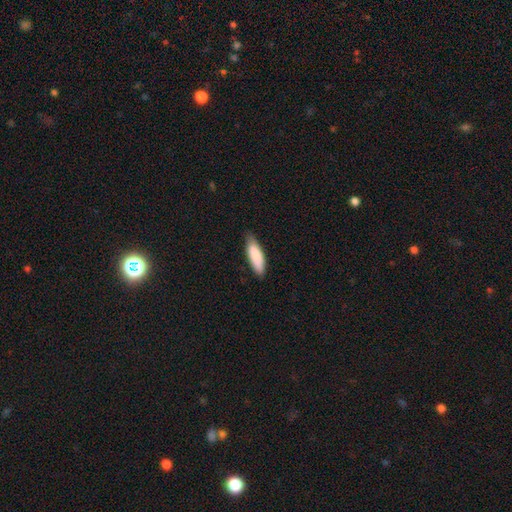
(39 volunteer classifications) Volunteers were most divided on "merging": none: 54%, minor disturbance: 41%, major disturbance: 5%, merger: 0%. More confident: smooth or featured — smooth (90%); how rounded — in between (74%).